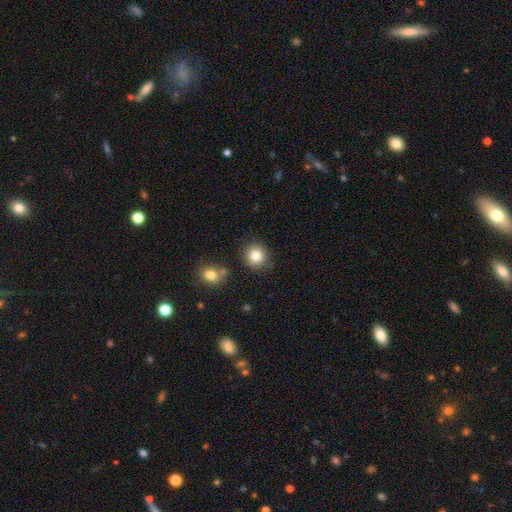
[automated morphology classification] type=smooth (82%); roundness=round (89%); merging=none (84%).